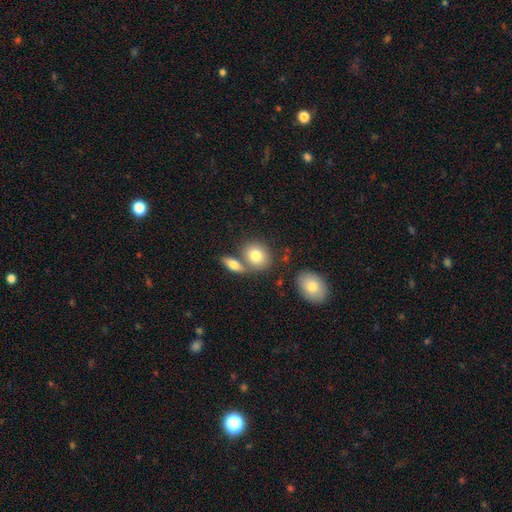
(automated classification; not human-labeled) Smooth or featured? smooth (79%)
How rounded? round (59%)
Merging? none (55%)